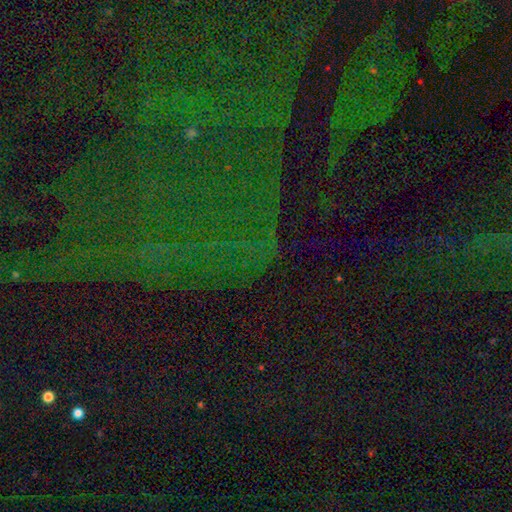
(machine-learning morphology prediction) Overall: star or artifact (83%).